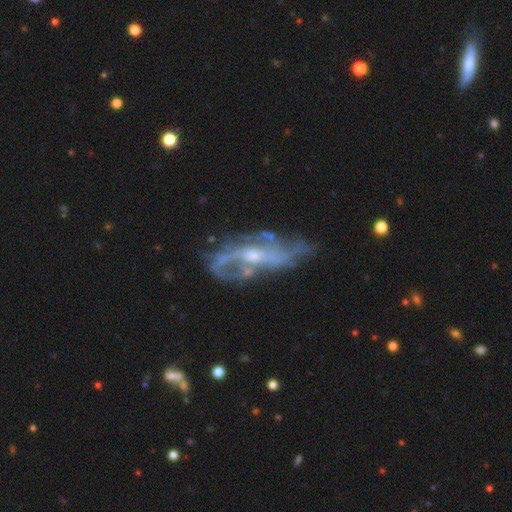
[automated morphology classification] smooth-or-featured: featured or disk: 84% | smooth: 8% | star or artifact: 7%
  disk-edge-on: no: 88% | yes: 12%
    bar: weak: 42% | no: 40% | strong: 18%
    has-spiral-arms: yes: 87% | no: 13%
      spiral-winding: loose: 44% | medium: 38% | tight: 18%
      spiral-arm-count: 2: 54% | can't tell: 23% | 3: 10% | 1: 6% | 4: 4% | more than 4: 3%
    bulge-size: small: 49% | moderate: 41% | none: 6% | large: 3% | dominant: 1%
  merging: none: 57% | minor disturbance: 21% | major disturbance: 17% | merger: 5%